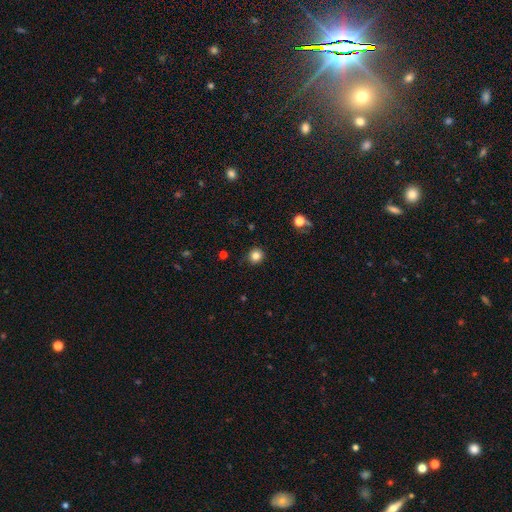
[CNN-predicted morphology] smooth-or-featured: smooth: 82% | star or artifact: 12% | featured or disk: 5%
  how-rounded: round: 93% | in between: 6% | cigar-shaped: 1%
  merging: none: 90% | minor disturbance: 7% | major disturbance: 2% | merger: 1%